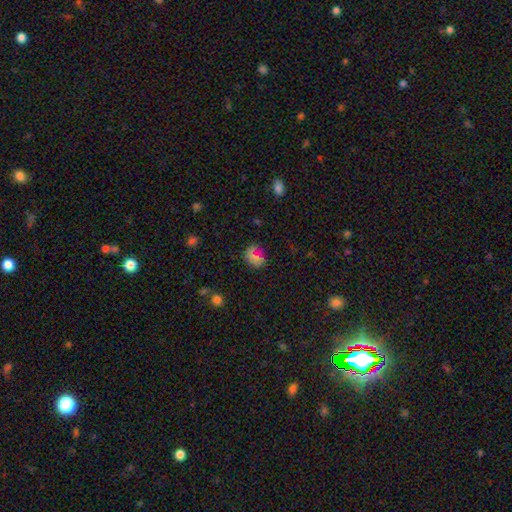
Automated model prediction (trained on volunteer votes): Smooth or featured? Predicted: smooth (p=0.66). How rounded? Predicted: round (p=0.55). Merging? Predicted: none (p=0.73).